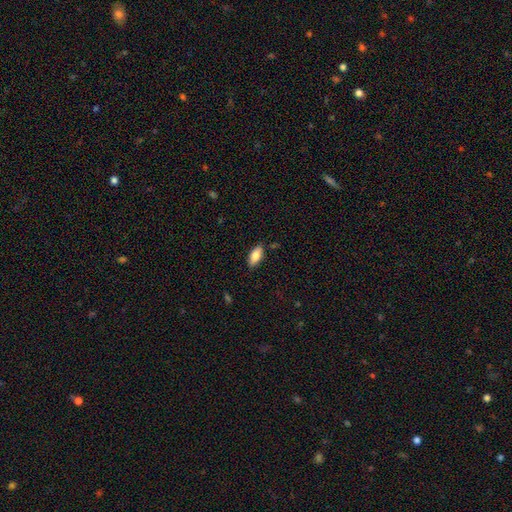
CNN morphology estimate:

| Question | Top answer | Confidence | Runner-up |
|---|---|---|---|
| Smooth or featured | smooth | 78% | featured or disk (15%) |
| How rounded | in between | 87% | cigar-shaped (11%) |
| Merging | none | 85% | minor disturbance (11%) |